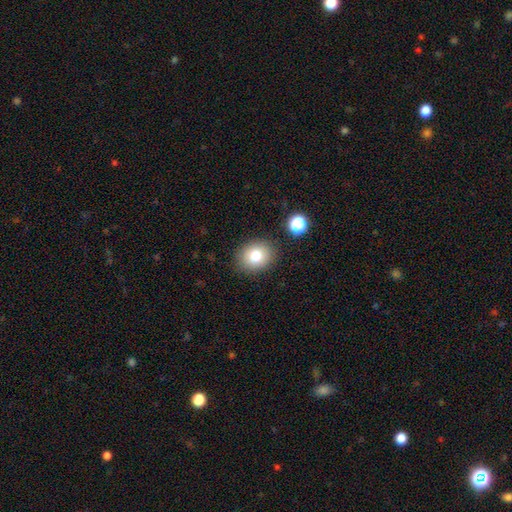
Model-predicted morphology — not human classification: A smooth galaxy with no disk features (80%) that is round (58%). Merging: none (86%).